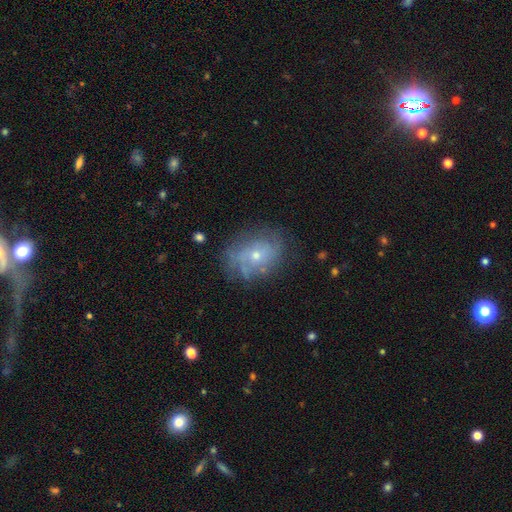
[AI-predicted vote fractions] smooth_or_featured: featured or disk (p=0.61) [alt: smooth p=0.28]
disk_edge_on: no (p=0.96) [alt: yes p=0.04]
bar: no (p=0.82) [alt: weak p=0.16]
has_spiral_arms: yes (p=0.71) [alt: no p=0.29]
bulge_size: small (p=0.58) [alt: moderate p=0.38]
merging: none (p=0.67) [alt: minor disturbance p=0.21]